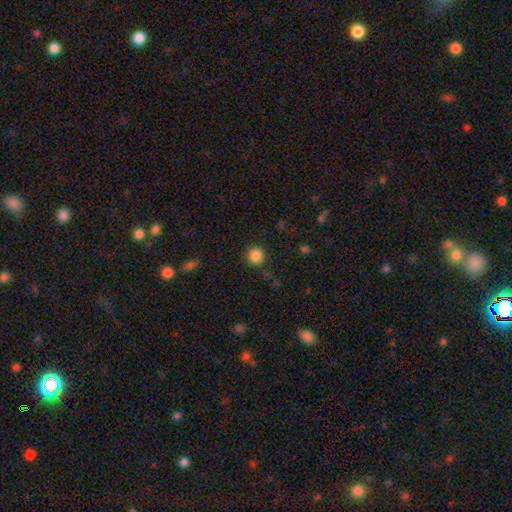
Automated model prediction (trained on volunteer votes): The model was most divided on "smooth or featured": smooth: 85%, star or artifact: 11%, featured or disk: 4%. More confident: how rounded — round (94%); merging — none (86%).